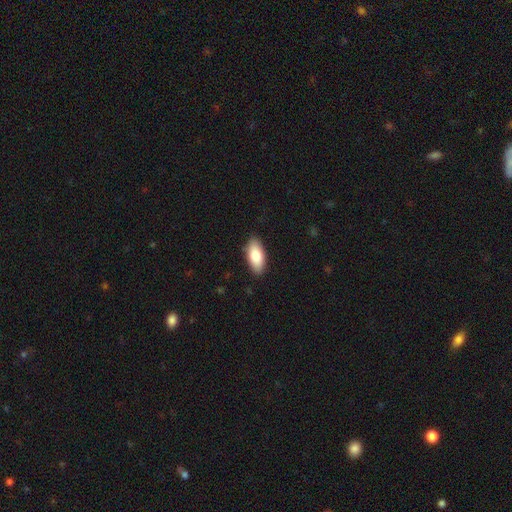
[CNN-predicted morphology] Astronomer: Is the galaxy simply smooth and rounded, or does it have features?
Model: smooth — 82%.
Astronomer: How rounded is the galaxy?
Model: in between — 89%.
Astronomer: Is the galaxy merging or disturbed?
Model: none — 88%.